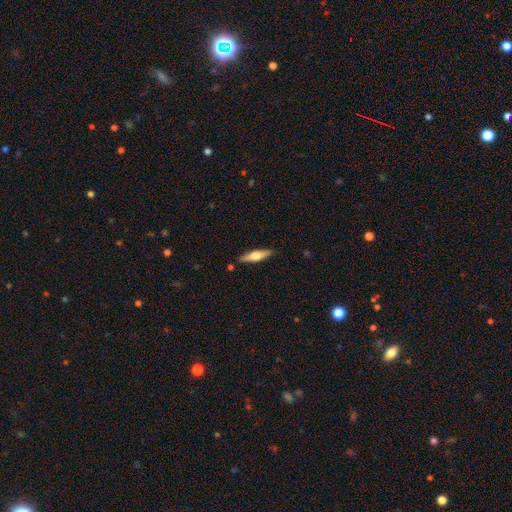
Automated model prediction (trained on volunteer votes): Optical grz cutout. It shows a smooth galaxy with no disk features (48%). Merging: none (87%).